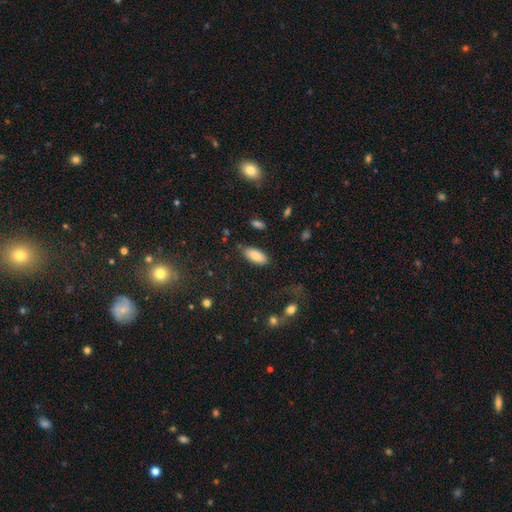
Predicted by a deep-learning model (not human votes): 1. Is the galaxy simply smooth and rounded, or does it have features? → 81% smooth, 11% featured or disk, 8% star or artifact.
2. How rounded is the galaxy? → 89% in between, 9% cigar-shaped, 2% round.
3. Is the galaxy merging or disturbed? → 80% none, 14% minor disturbance, 4% major disturbance, 2% merger.